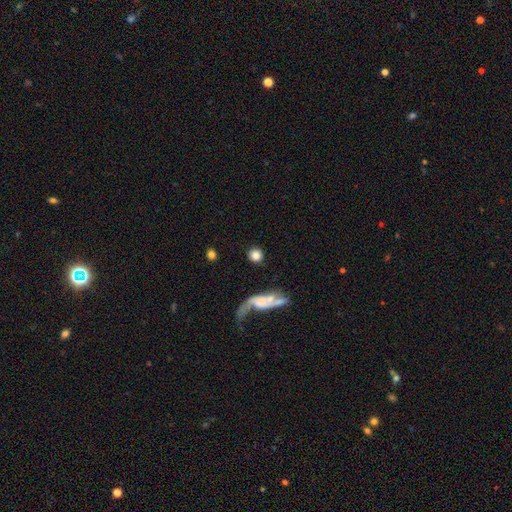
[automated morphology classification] type=smooth (80%); roundness=round (90%); merging=none (79%).